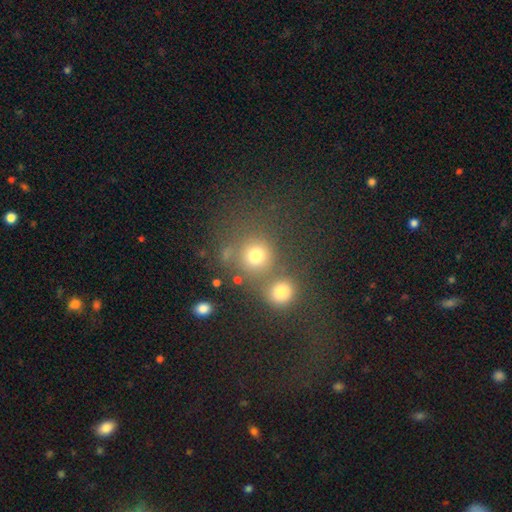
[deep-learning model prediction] smooth 76%, star or artifact 16%, featured or disk 8%. Down the decision tree: how rounded — round (87%); merging — none (52%).